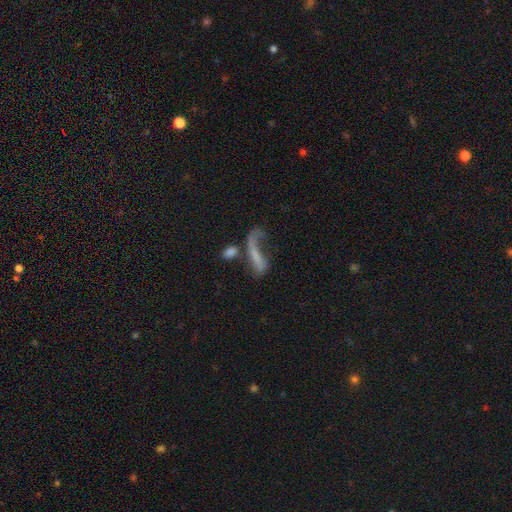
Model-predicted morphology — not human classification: This appears to be a featured or disk galaxy (47%). Merging: major disturbance (33%).